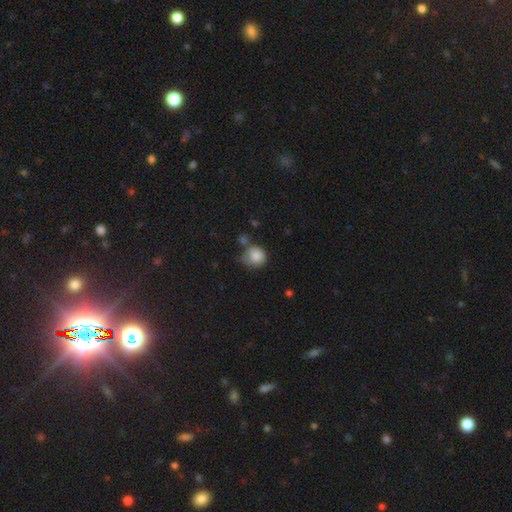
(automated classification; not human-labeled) The model was most divided on "merging": none: 50%, minor disturbance: 29%, merger: 13%, major disturbance: 9%. More confident: how rounded — round (85%); smooth or featured — smooth (84%).